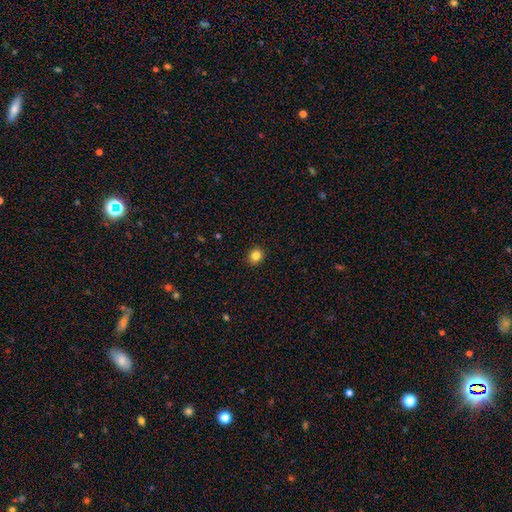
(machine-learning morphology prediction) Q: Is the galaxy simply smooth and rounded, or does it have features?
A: smooth — 84%.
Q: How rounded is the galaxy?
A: round — 79%.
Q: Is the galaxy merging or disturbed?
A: none — 91%.